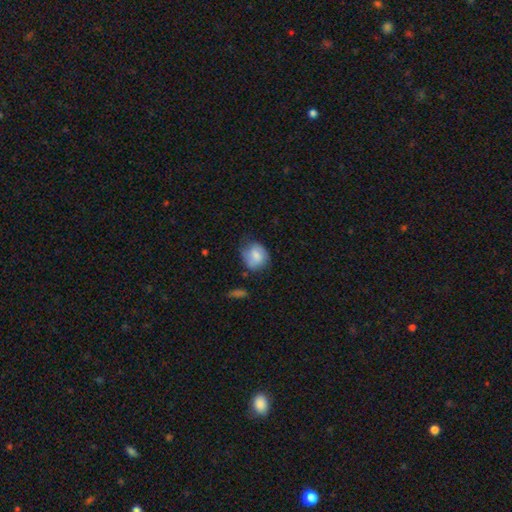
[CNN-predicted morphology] A smooth galaxy with no disk features (72%) that is round (65%). Merging: none (60%).